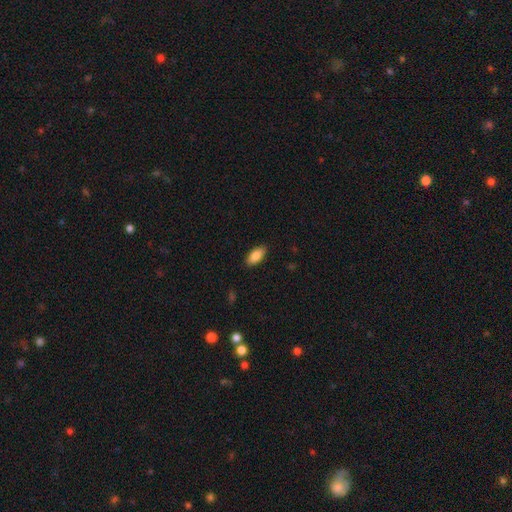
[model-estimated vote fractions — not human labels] Overall: smooth (86%). How rounded: in between (90%). Merging: none (88%).